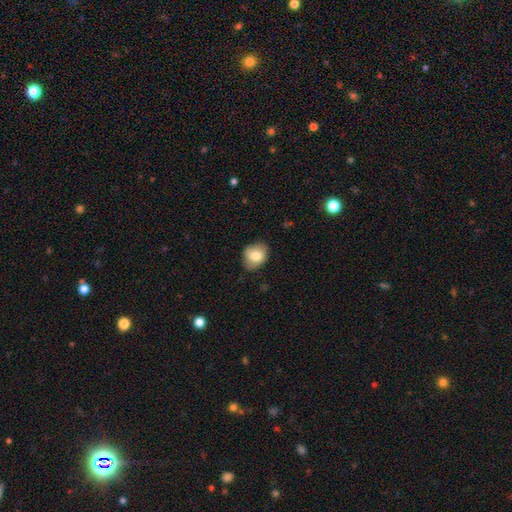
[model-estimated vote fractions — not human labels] Morphology: type=smooth (80%); roundness=in between (52%); merging=none (74%).